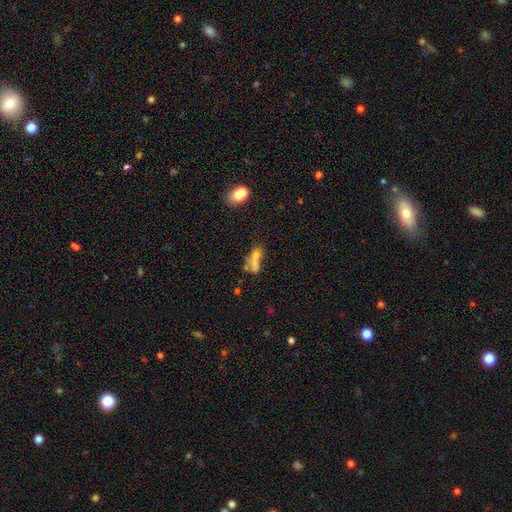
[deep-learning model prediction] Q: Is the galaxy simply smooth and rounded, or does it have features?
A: smooth — 55%.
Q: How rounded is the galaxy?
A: in between — 55%.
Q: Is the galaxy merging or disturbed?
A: merger — 38%.